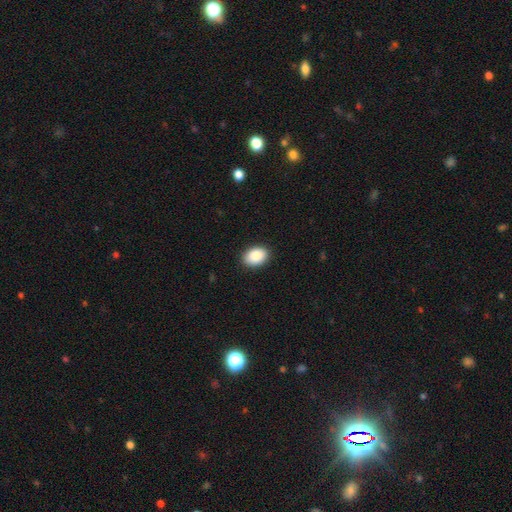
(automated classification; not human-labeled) Smooth or featured: smooth — 88% (star or artifact — 7%)
How rounded: in between — 81% (round — 18%)
Merging: none — 90% (minor disturbance — 8%)